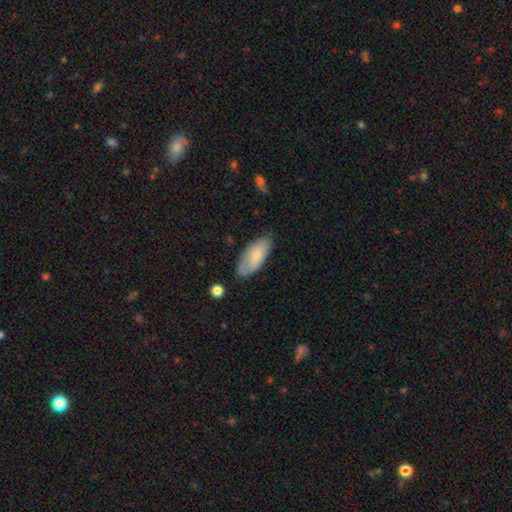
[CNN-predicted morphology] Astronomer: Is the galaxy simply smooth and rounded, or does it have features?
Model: smooth — 69%.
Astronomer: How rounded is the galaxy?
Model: in between — 89%.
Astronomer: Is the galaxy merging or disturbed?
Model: none — 67%.